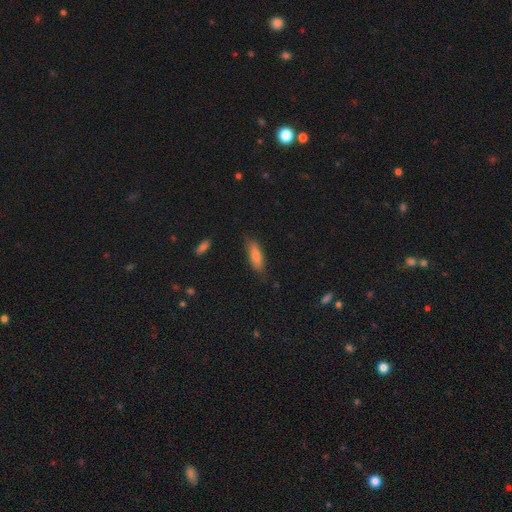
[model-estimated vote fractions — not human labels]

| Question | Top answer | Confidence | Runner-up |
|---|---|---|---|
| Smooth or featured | smooth | 77% | featured or disk (15%) |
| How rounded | cigar-shaped | 49% | tied: in between (49%) |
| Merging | none | 82% | minor disturbance (14%) |